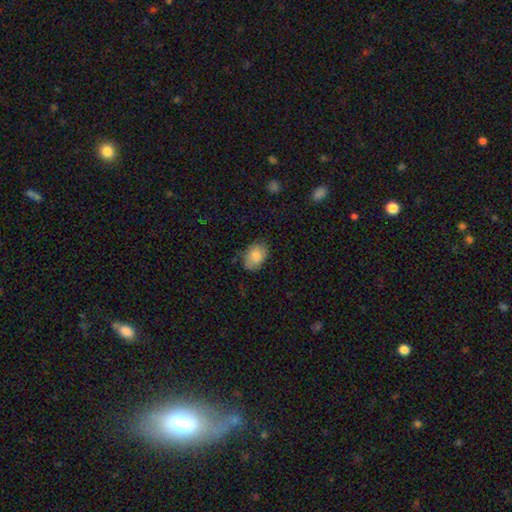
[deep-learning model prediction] This is clearly a smooth galaxy (83%). How rounded: clearly in between (83%). Merging: likely none (78%).